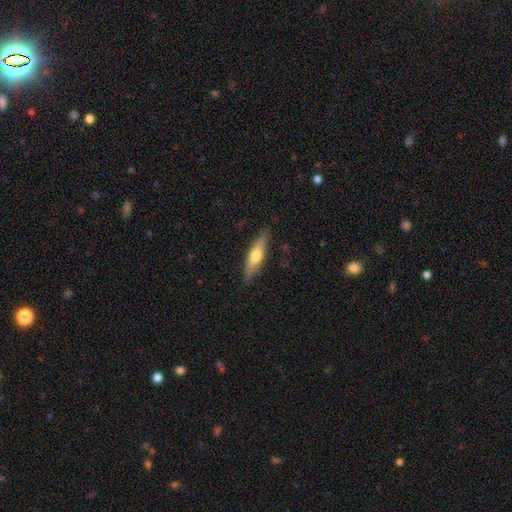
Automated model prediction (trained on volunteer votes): Q: Smooth or featured?
A: smooth (50%); runner-up: featured or disk (45%)
Q: Merging?
A: none (86%); runner-up: minor disturbance (11%)